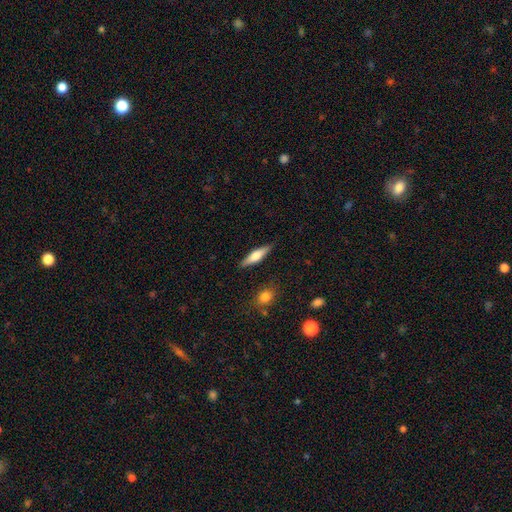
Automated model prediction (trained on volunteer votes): Smooth or featured: smooth — 54% (featured or disk — 40%)
How rounded: cigar-shaped — 68% (in between — 30%)
Merging: none — 87% (minor disturbance — 9%)